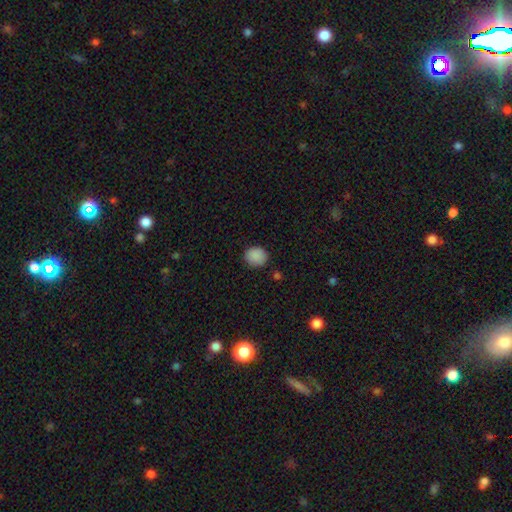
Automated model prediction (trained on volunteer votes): Morphology: type=smooth (88%); roundness=round (71%); merging=none (85%).